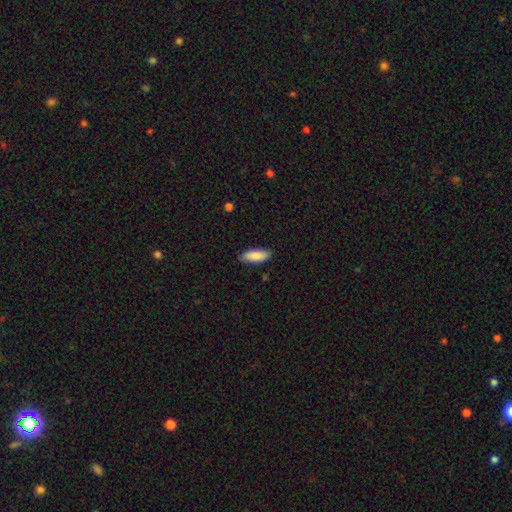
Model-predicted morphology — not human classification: Smooth or featured: smooth — 87% (featured or disk — 7%)
How rounded: in between — 74% (cigar-shaped — 24%)
Merging: none — 85% (minor disturbance — 12%)